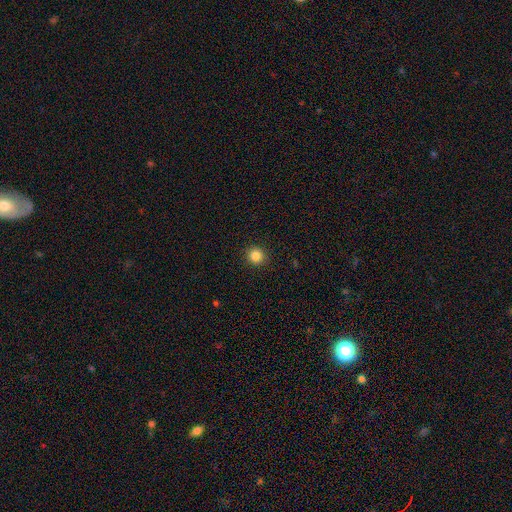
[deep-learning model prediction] Smooth or featured?
  - smooth: 85% *
  - star or artifact: 11%
  - featured or disk: 4%
How rounded?
  - round: 93% *
  - in between: 6%
  - cigar-shaped: 1%
Merging?
  - none: 93% *
  - minor disturbance: 5%
  - major disturbance: 2%
  - merger: 1%